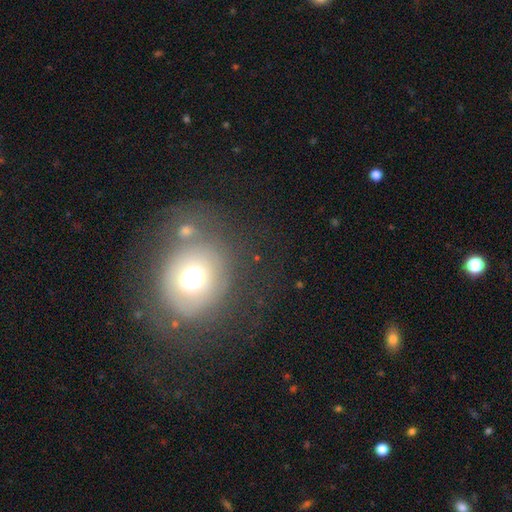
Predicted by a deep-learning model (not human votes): The model was most divided on "smooth or featured": smooth: 48%, featured or disk: 35%, star or artifact: 17%. More confident: merging — none (71%).